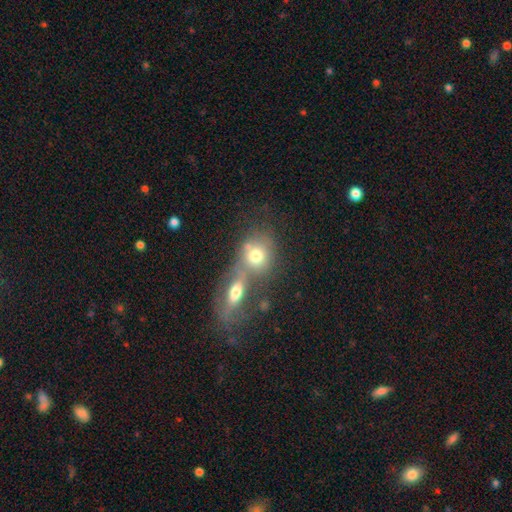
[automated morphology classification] Smooth or featured? smooth (69%)
How rounded? round (58%)
Merging? merger (59%)